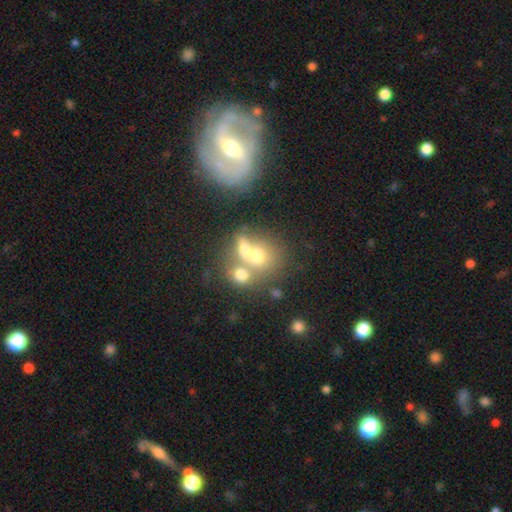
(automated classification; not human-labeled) Smooth or featured? Predicted: smooth (p=0.57). How rounded? Predicted: round (p=0.67). Merging? Predicted: merger (p=0.56).